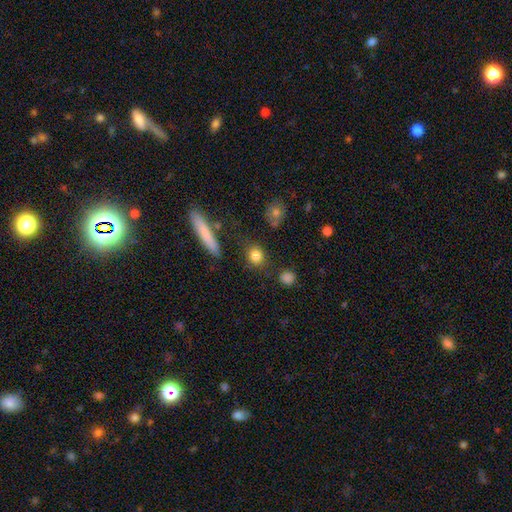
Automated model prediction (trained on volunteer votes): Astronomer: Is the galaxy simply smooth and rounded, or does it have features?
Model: smooth — 83%.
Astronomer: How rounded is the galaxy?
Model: round — 70%.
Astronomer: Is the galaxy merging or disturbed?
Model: none — 81%.